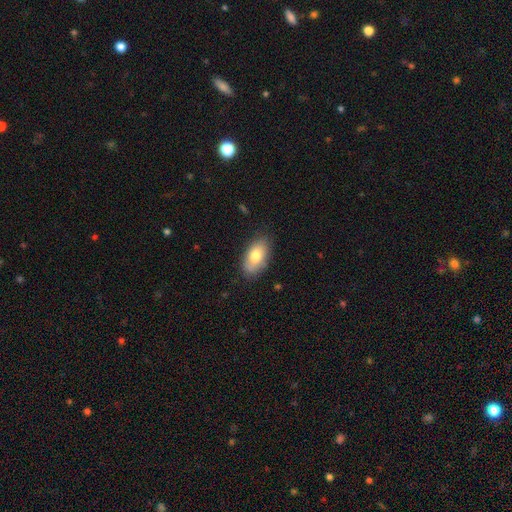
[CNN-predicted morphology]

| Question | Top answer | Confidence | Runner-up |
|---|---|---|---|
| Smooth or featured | smooth | 76% | featured or disk (17%) |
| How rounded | in between | 92% | round (5%) |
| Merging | none | 79% | minor disturbance (17%) |